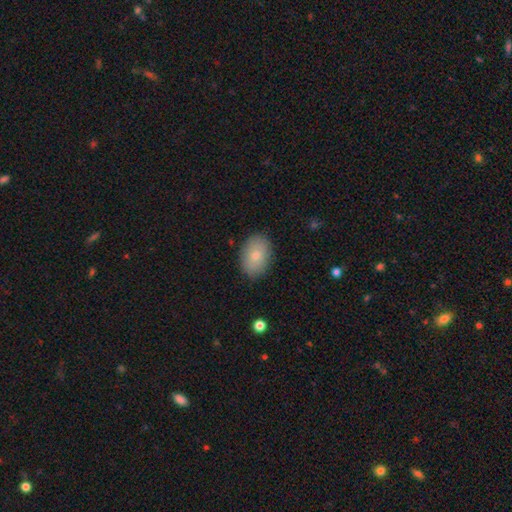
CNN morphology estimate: A smooth galaxy with no disk features (78%) that is in between round and cigar-shaped (83%). Merging: none (87%).